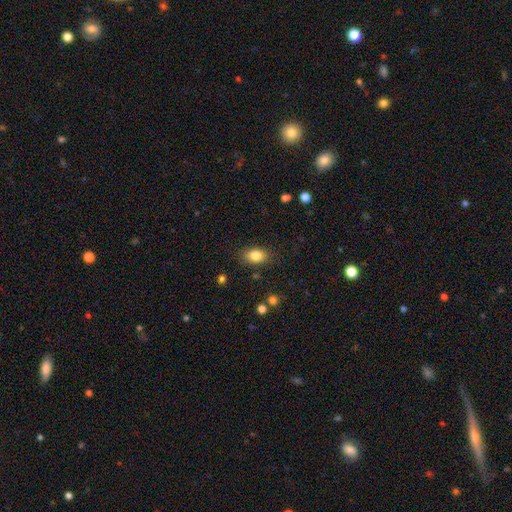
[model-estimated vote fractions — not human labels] Smooth or featured? Predicted: smooth (p=0.83). How rounded? Predicted: in between (p=0.82). Merging? Predicted: none (p=0.83).